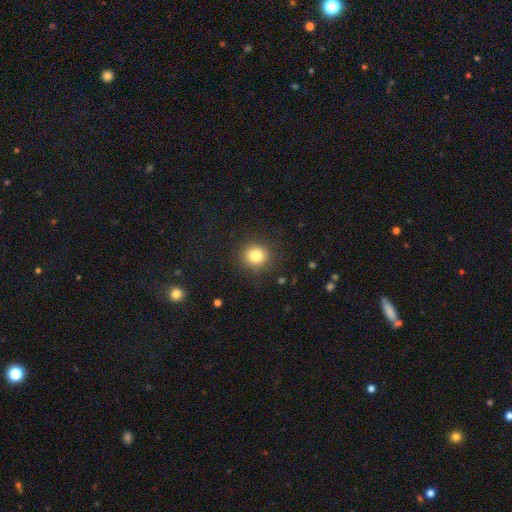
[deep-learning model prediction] This is clearly a smooth galaxy (81%). How rounded: clearly round (90%). Merging: clearly none (89%).